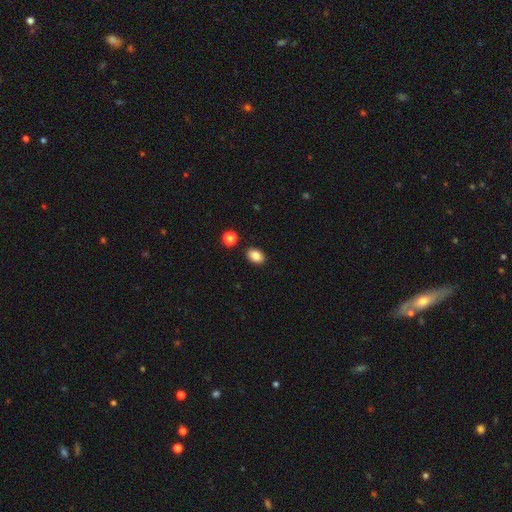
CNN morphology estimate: smooth-or-featured: smooth: 86% | star or artifact: 9% | featured or disk: 5%
  how-rounded: in between: 78% | round: 20% | cigar-shaped: 1%
  merging: none: 87% | minor disturbance: 8% | merger: 3% | major disturbance: 2%